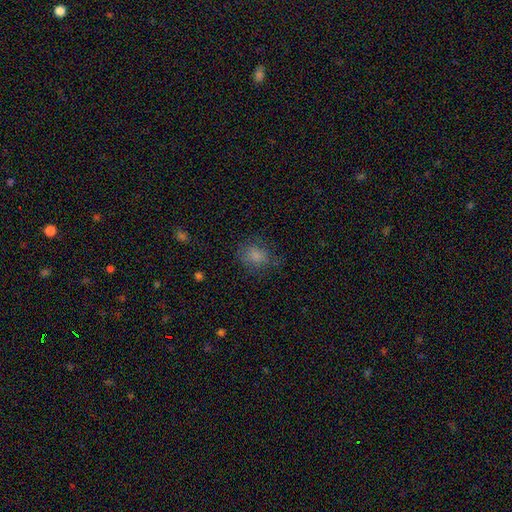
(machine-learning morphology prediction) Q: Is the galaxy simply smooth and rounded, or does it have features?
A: smooth — 80%.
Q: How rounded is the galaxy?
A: round — 58%.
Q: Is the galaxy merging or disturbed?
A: none — 69%.